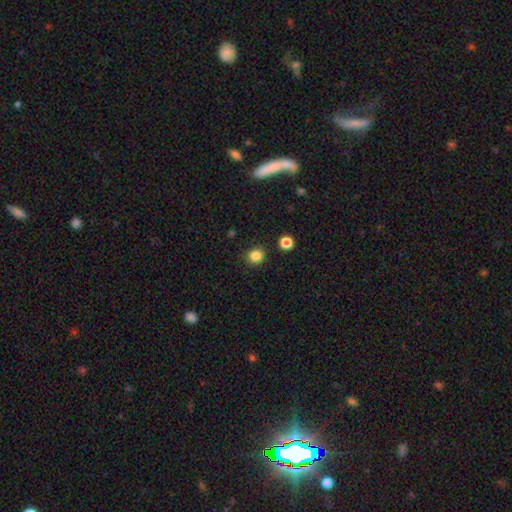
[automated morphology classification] Smooth or featured: smooth — 83% (star or artifact — 13%)
How rounded: round — 90% (in between — 9%)
Merging: none — 90% (minor disturbance — 6%)